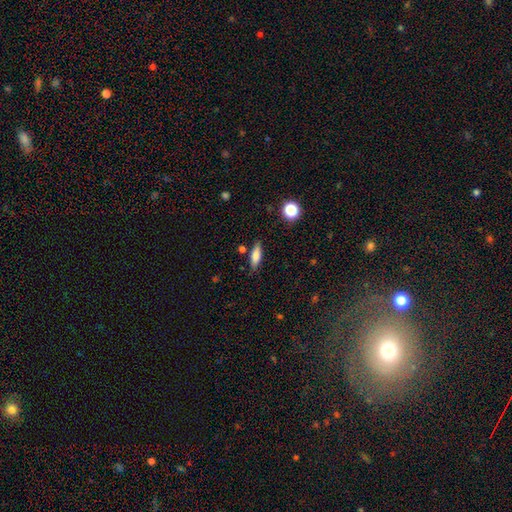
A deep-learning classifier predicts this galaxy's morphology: smooth 75%, featured or disk 17%, star or artifact 8%. Down the decision tree: how rounded — in between (51%); merging — none (82%).